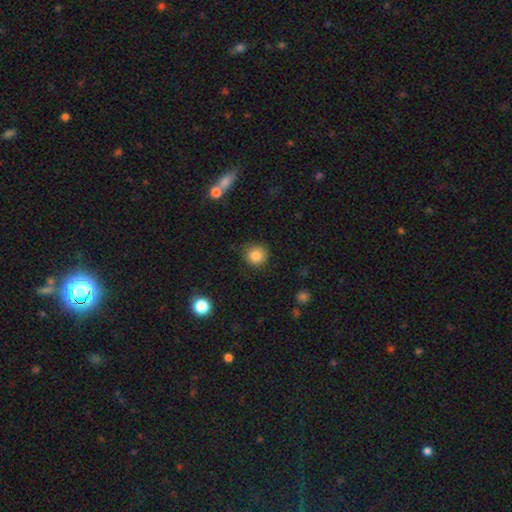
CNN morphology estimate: smooth_or_featured: smooth (p=0.85) [alt: star or artifact p=0.10]
how_rounded: round (p=0.91) [alt: in between p=0.08]
merging: none (p=0.85) [alt: minor disturbance p=0.11]